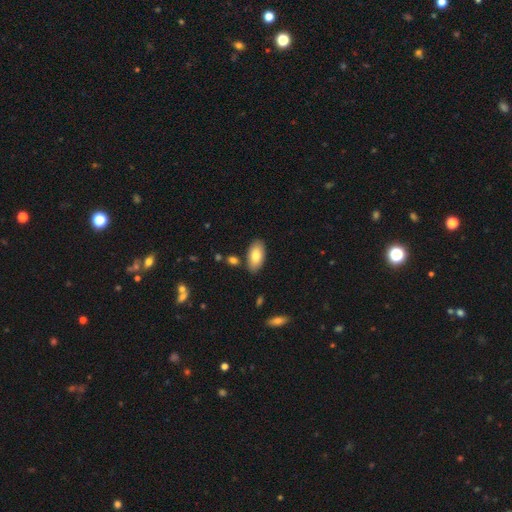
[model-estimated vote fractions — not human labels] smooth-or-featured: smooth: 79% | featured or disk: 15% | star or artifact: 6%
  how-rounded: in between: 94% | cigar-shaped: 4% | round: 2%
  merging: none: 83% | minor disturbance: 11% | merger: 4% | major disturbance: 2%